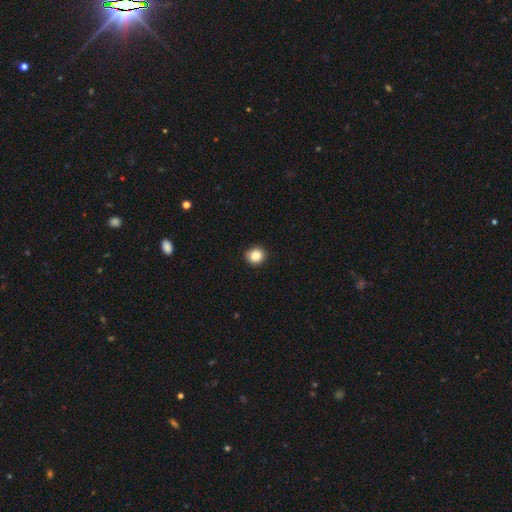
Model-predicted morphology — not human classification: Smooth or featured? smooth (86%)
How rounded? round (87%)
Merging? none (88%)